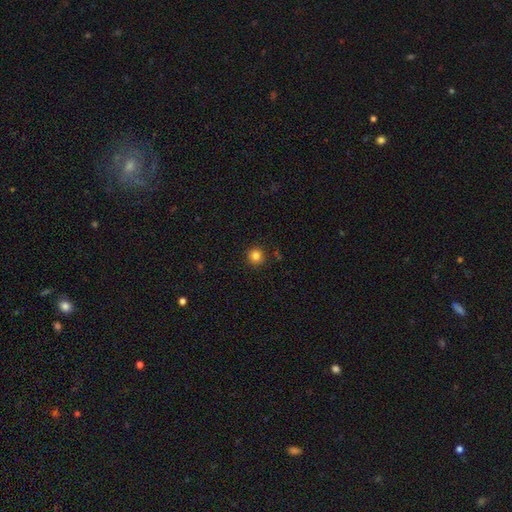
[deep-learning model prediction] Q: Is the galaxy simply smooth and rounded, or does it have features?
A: smooth — 83%.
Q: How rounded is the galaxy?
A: round — 94%.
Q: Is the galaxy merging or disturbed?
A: none — 91%.